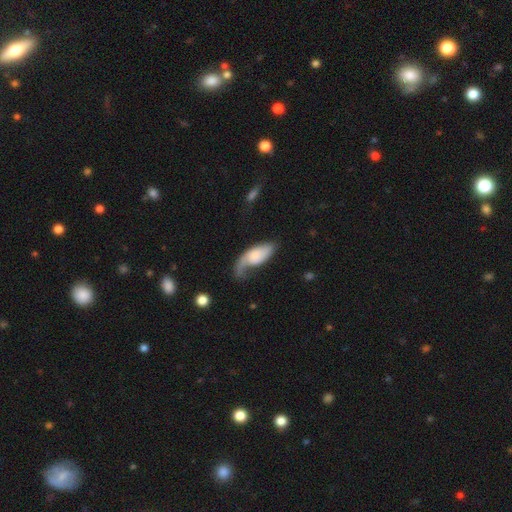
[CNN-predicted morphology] Smooth or featured? smooth (48%)
Merging? major disturbance (40%)